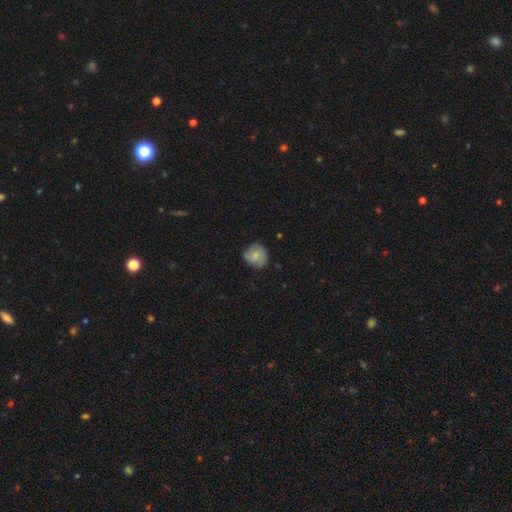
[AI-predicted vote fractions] This is possibly a smooth galaxy (58%). How rounded: clearly round (84%). Merging: likely none (67%).